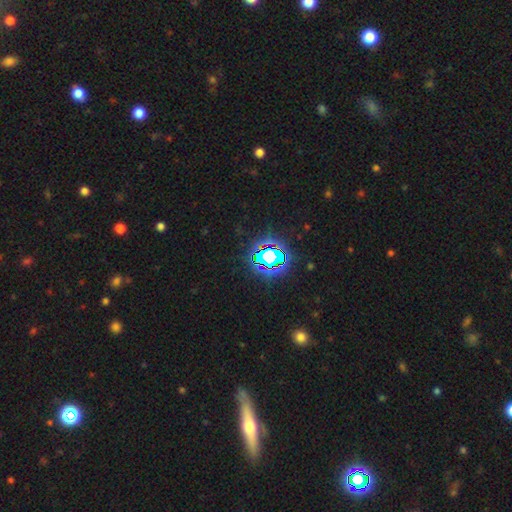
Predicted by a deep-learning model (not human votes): Morphology: type=star or artifact (70%).